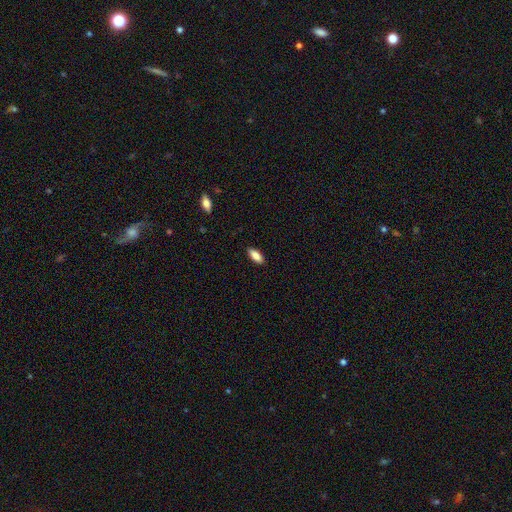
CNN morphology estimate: A smooth galaxy with no disk features (86%) that is in between round and cigar-shaped (80%).

Vote fractions:
- Smooth or featured? smooth: 86% / featured or disk: 8% / star or artifact: 7%
- How rounded? in between: 80% / cigar-shaped: 18% / round: 2%
- Merging? none: 89% / minor disturbance: 8% / major disturbance: 2% / merger: 1%